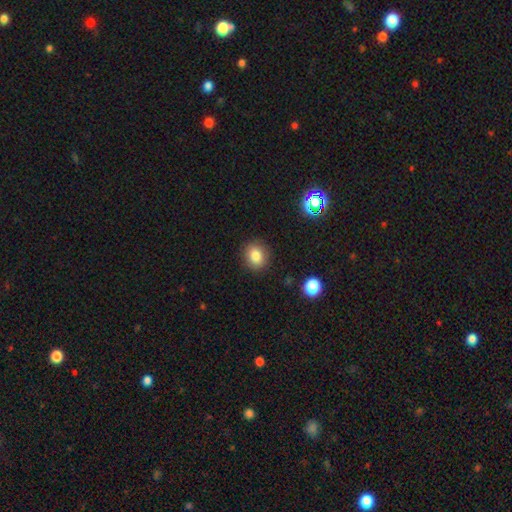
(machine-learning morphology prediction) The model was most divided on "how rounded": round: 67%, in between: 32%, cigar-shaped: 1%. More confident: merging — none (88%); smooth or featured — smooth (84%).